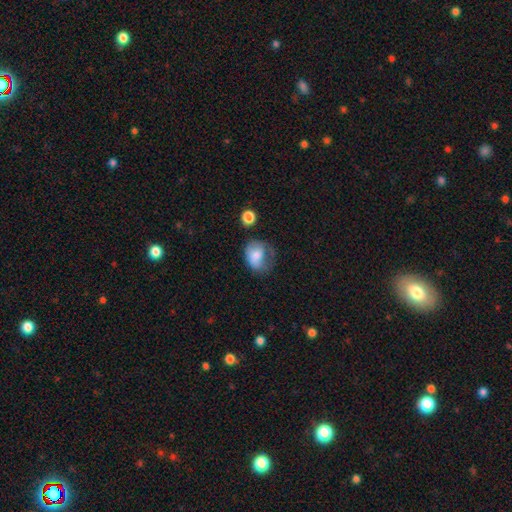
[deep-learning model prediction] Smooth or featured?
  - smooth: 73% *
  - featured or disk: 18%
  - star or artifact: 9%
How rounded?
  - in between: 59% *
  - round: 40%
  - cigar-shaped: 1%
Merging?
  - major disturbance: 33% *
  - minor disturbance: 32%
  - none: 30%
  - merger: 4%